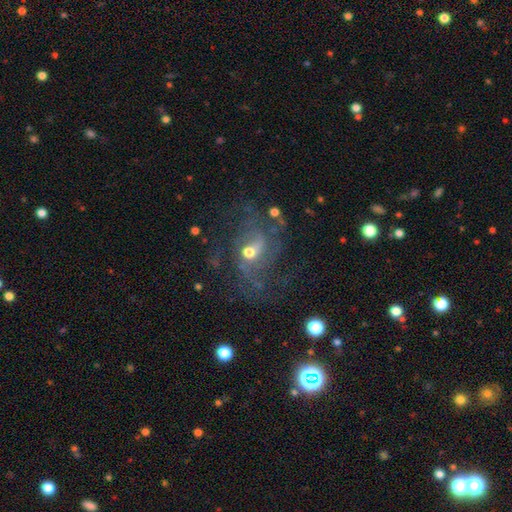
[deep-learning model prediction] The model was most divided on "spiral winding" (2-way tie): medium: 40%, loose: 40%, tight: 21%. Remaining: edge-on disk — no (95%); spiral arms — yes (84%); smooth or featured — featured or disk (66%); merging — none (63%); bar — no (53%); bulge size — moderate (51%); spiral arm count — 2 (34%).